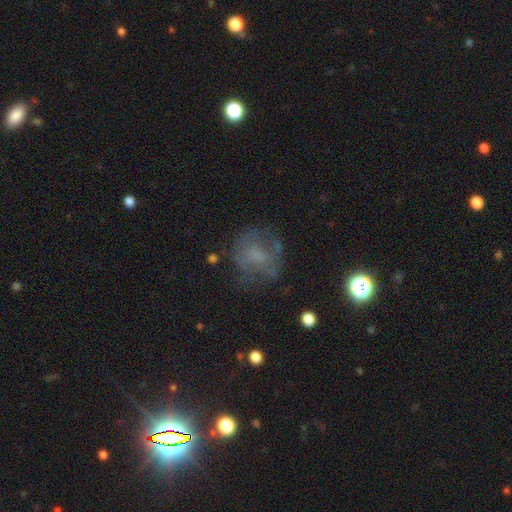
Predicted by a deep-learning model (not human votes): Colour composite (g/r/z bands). It shows a smooth galaxy with no disk features (42%). Merging: none (59%).